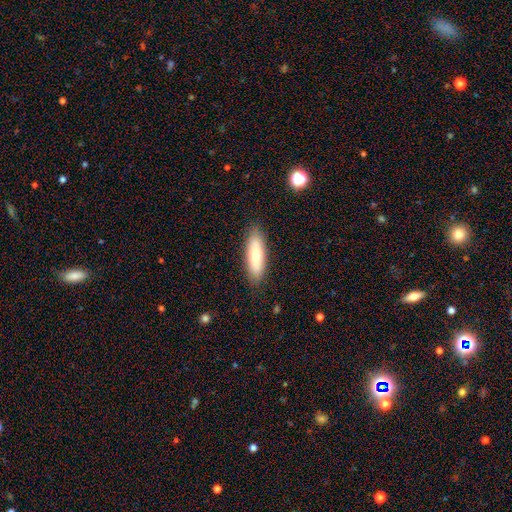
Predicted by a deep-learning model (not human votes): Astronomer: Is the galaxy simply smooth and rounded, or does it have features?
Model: smooth — 69%.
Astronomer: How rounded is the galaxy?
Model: in between — 49%, tied with cigar-shaped at 49%.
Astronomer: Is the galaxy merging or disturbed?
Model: none — 87%.